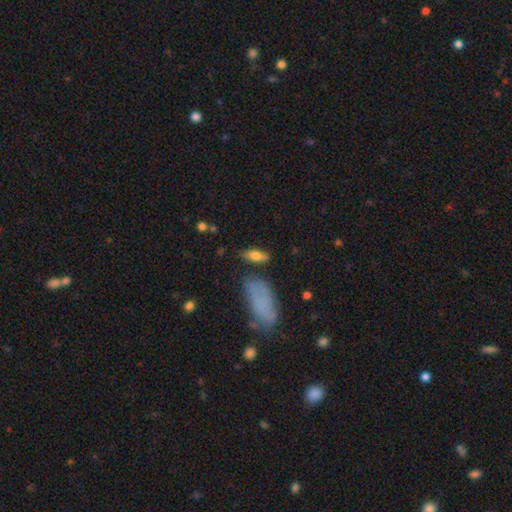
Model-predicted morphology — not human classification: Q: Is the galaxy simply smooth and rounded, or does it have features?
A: smooth — 66%.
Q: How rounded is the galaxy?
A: in between — 64%.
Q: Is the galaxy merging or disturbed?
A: none — 72%.